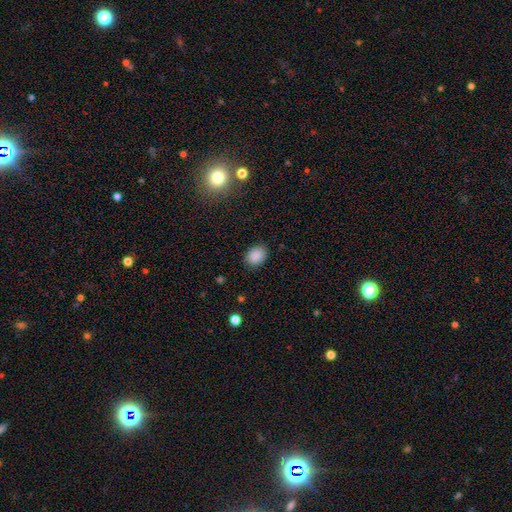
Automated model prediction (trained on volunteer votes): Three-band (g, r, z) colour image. It shows a smooth galaxy with no disk features (88%) that is in between round and cigar-shaped (61%). Merging: none (86%).